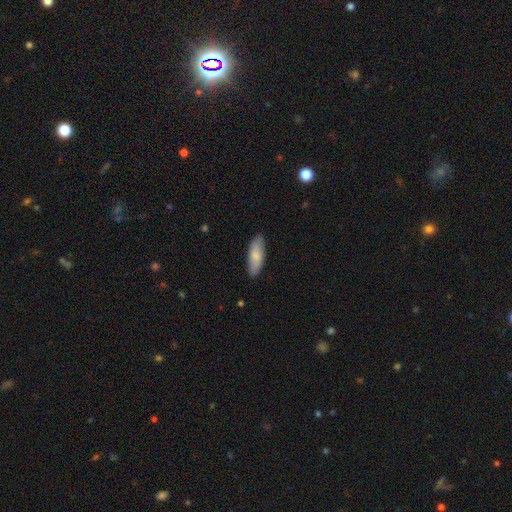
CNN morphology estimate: Q: Smooth or featured?
A: smooth (77%); runner-up: featured or disk (17%)
Q: How rounded?
A: in between (69%); runner-up: cigar-shaped (29%)
Q: Merging?
A: none (85%); runner-up: minor disturbance (12%)